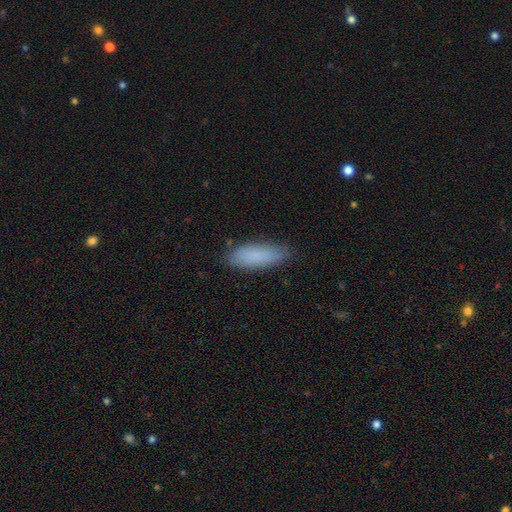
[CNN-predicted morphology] Q: Smooth or featured?
A: smooth (86%); runner-up: featured or disk (7%)
Q: How rounded?
A: in between (58%); runner-up: cigar-shaped (41%)
Q: Merging?
A: none (84%); runner-up: minor disturbance (13%)